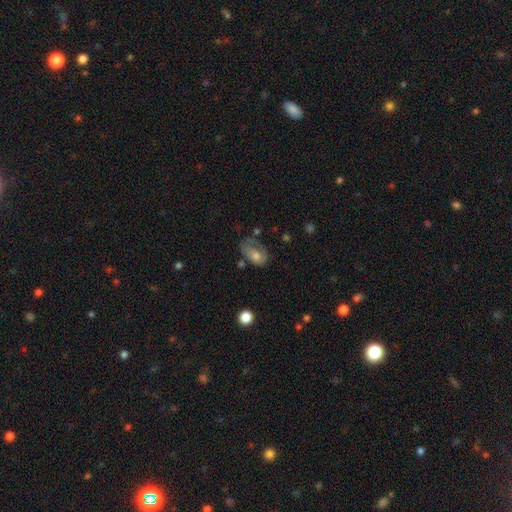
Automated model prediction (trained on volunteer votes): A smooth galaxy with no disk features (52%) that is in between round and cigar-shaped (84%). Merging: none (35%).